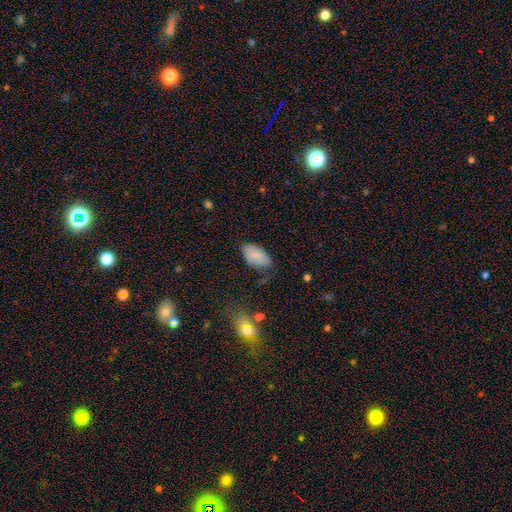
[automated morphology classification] Smooth or featured?
  - smooth: 80% *
  - featured or disk: 12%
  - star or artifact: 8%
How rounded?
  - in between: 95% *
  - round: 3%
  - cigar-shaped: 2%
Merging?
  - none: 72% *
  - minor disturbance: 22%
  - major disturbance: 4%
  - merger: 2%